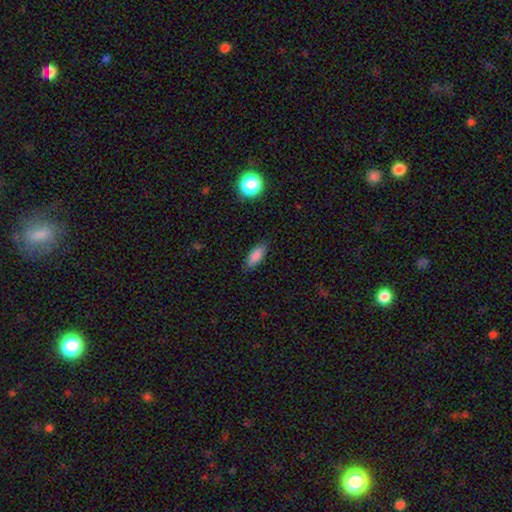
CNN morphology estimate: smooth 85%, star or artifact 8%, featured or disk 6%. Down the decision tree: how rounded — in between (72%); merging — none (85%).